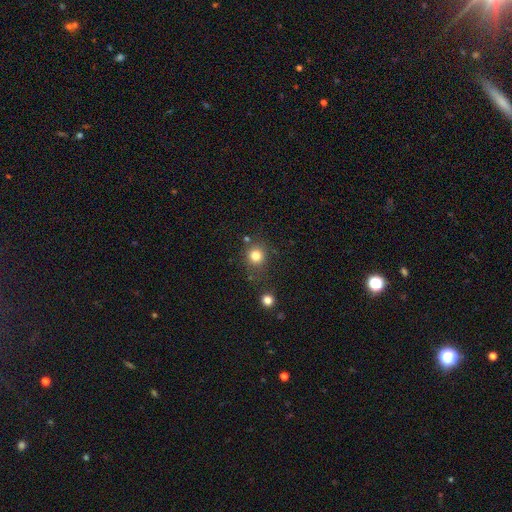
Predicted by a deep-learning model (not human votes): Smooth or featured? smooth (81%)
How rounded? round (89%)
Merging? none (77%)